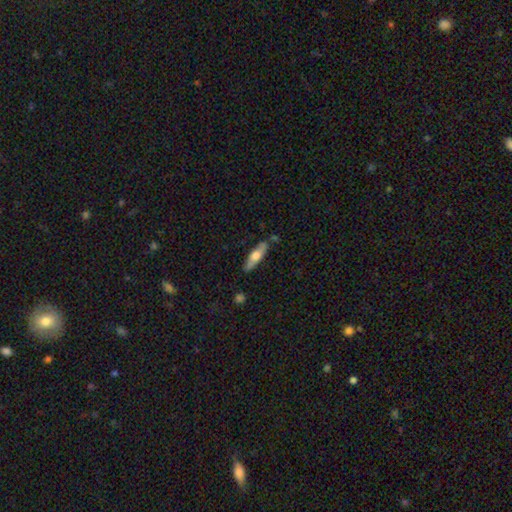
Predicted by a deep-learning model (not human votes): Smooth or featured? Predicted: smooth (p=0.56). How rounded? Predicted: cigar-shaped (p=0.57). Merging? Predicted: none (p=0.80).